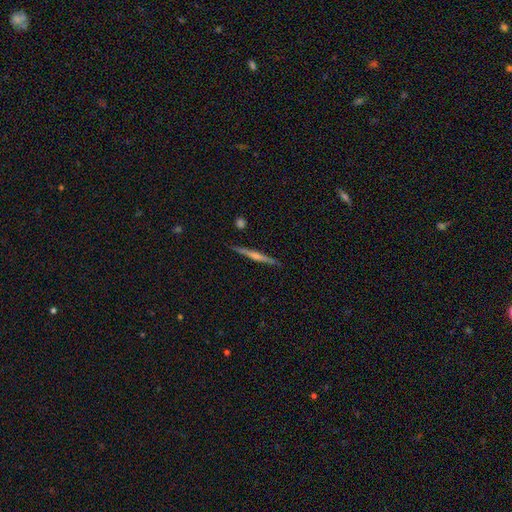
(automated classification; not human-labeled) featured or disk 77%, smooth 17%, star or artifact 6%. Down the decision tree: edge-on disk — yes (98%); edge-on bulge — rounded (74%); merging — none (92%).